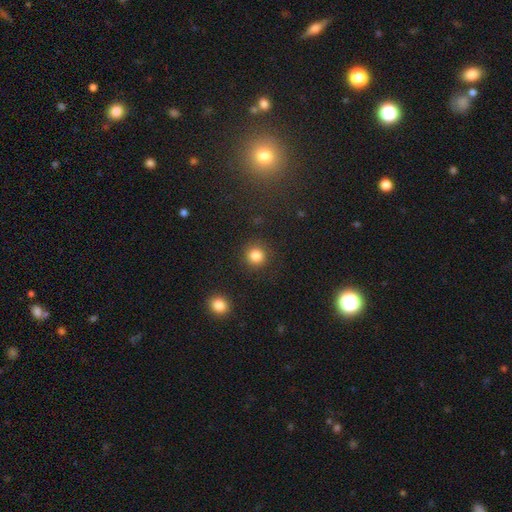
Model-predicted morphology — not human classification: This is clearly a smooth galaxy (84%). How rounded: clearly round (92%). Merging: clearly none (88%).